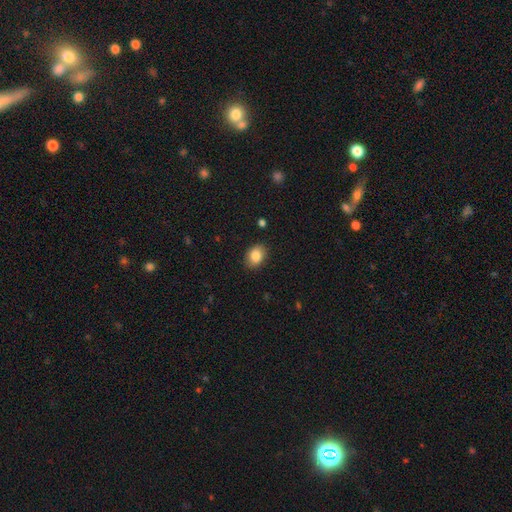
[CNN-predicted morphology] Q: Smooth or featured?
A: smooth (85%); runner-up: star or artifact (8%)
Q: How rounded?
A: in between (68%); runner-up: round (32%)
Q: Merging?
A: none (87%); runner-up: minor disturbance (9%)